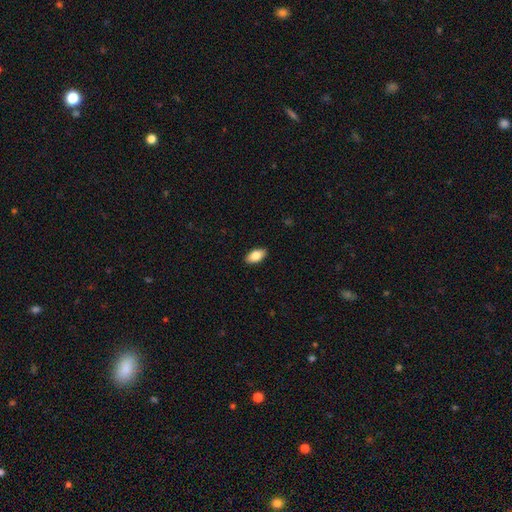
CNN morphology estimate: Smooth or featured: smooth — 82% (featured or disk — 11%)
How rounded: in between — 92% (cigar-shaped — 4%)
Merging: none — 90% (minor disturbance — 8%)